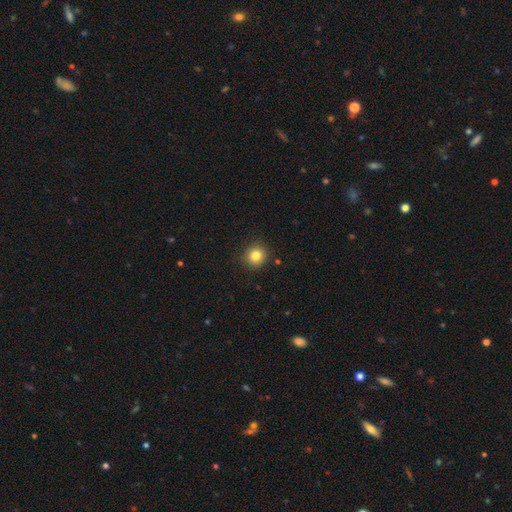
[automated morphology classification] Smooth or featured: smooth — 82% (star or artifact — 11%)
How rounded: round — 89% (in between — 10%)
Merging: none — 90% (minor disturbance — 7%)